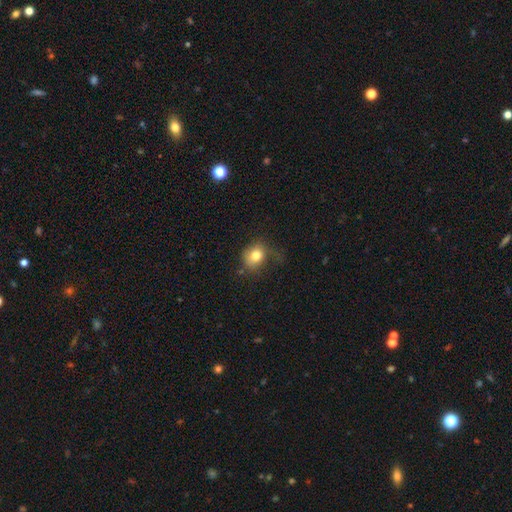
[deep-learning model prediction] smooth-or-featured: smooth: 78% | featured or disk: 11% | star or artifact: 11%
  how-rounded: round: 56% | in between: 43% | cigar-shaped: 1%
  merging: none: 56% | minor disturbance: 27% | major disturbance: 14% | merger: 2%